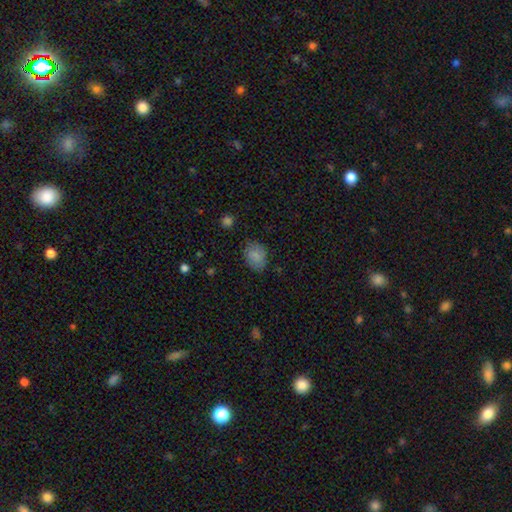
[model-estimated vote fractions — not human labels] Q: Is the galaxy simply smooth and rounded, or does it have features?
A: smooth — 83%.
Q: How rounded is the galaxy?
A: in between — 71%.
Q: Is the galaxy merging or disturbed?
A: none — 76%.